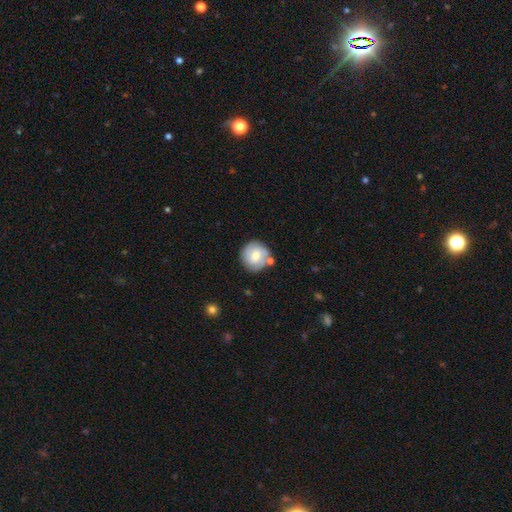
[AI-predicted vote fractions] Q: Smooth or featured?
A: smooth (52%); runner-up: featured or disk (41%)
Q: How rounded?
A: round (92%); runner-up: in between (7%)
Q: Merging?
A: none (72%); runner-up: minor disturbance (14%)